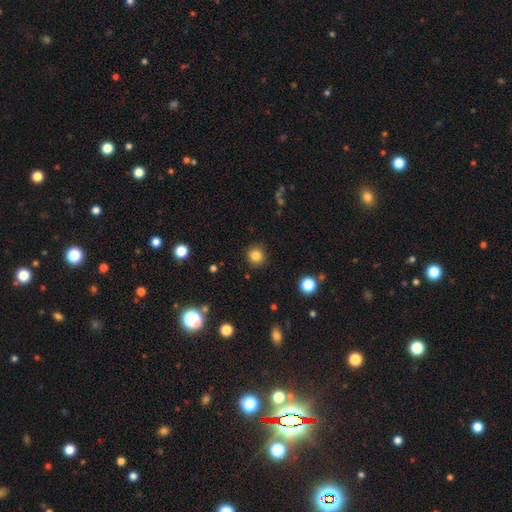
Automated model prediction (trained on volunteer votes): smooth-or-featured: smooth: 84% | star or artifact: 12% | featured or disk: 5%
  how-rounded: round: 94% | in between: 5% | cigar-shaped: 1%
  merging: none: 91% | minor disturbance: 6% | major disturbance: 2% | merger: 1%